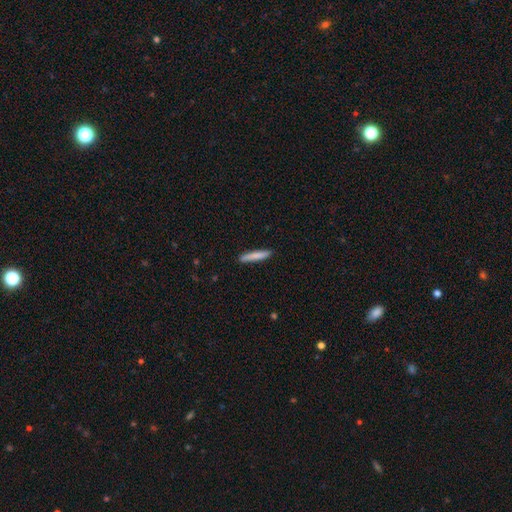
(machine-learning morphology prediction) A smooth galaxy with no disk features (81%) that is cigar-shaped (93%).

Vote fractions:
- Smooth or featured? smooth: 81% / featured or disk: 14% / star or artifact: 5%
- How rounded? cigar-shaped: 93% / in between: 6% / round: 1%
- Merging? none: 90% / minor disturbance: 8% / major disturbance: 1% / merger: 1%